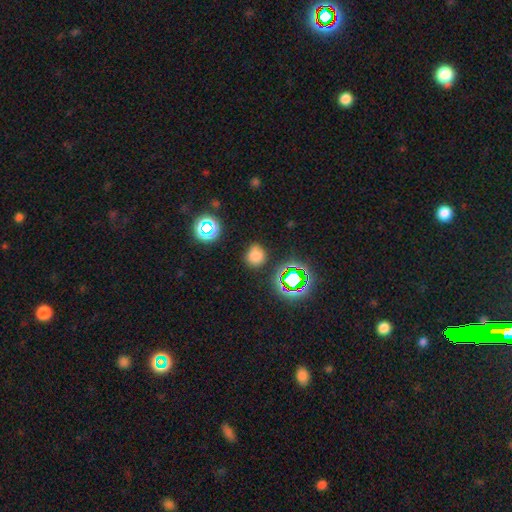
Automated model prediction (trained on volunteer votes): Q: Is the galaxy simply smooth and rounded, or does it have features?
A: smooth — 74%.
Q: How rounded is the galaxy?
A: round — 85%.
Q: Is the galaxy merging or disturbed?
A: none — 80%.